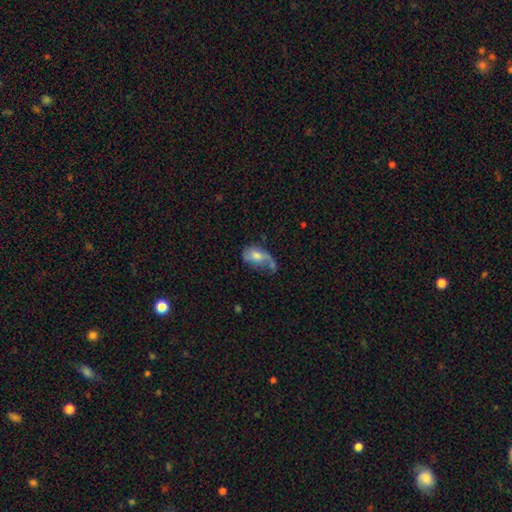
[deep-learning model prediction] The model was most divided on "smooth or featured": smooth: 49%, featured or disk: 43%, star or artifact: 8%. Remaining: merging — major disturbance (35%).